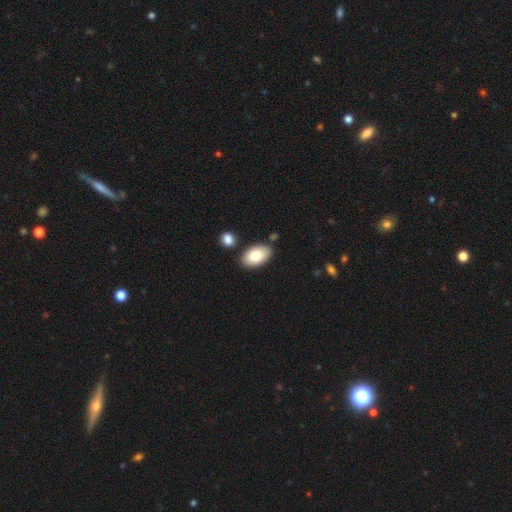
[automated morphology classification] This is clearly a smooth galaxy (80%). How rounded: clearly in between (94%). Merging: clearly none (82%).